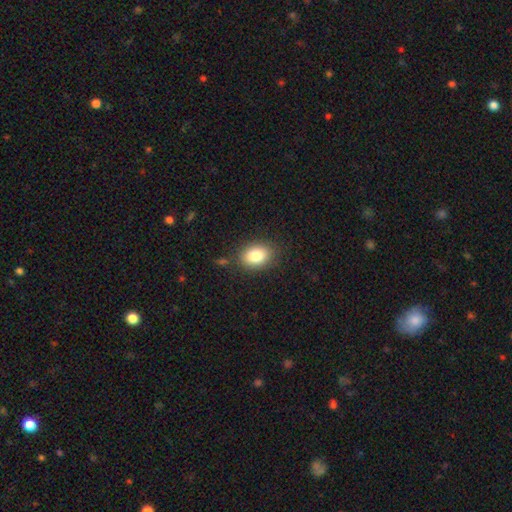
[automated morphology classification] smooth_or_featured: smooth (p=0.83) [alt: star or artifact p=0.09]
how_rounded: in between (p=0.72) [alt: round p=0.27]
merging: none (p=0.84) [alt: minor disturbance p=0.10]